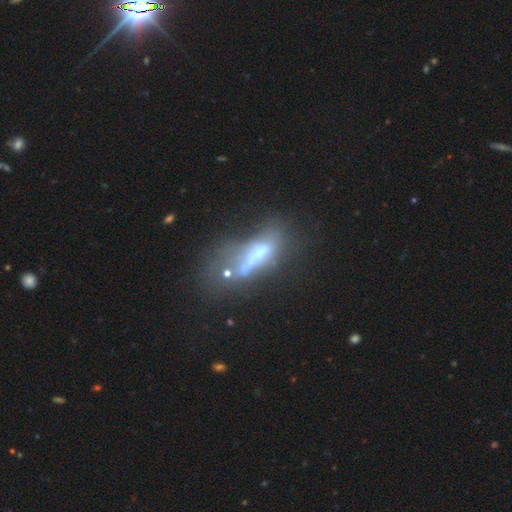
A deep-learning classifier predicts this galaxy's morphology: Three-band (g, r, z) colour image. It shows a featured or disk galaxy (52%). Merging: major disturbance (33%).